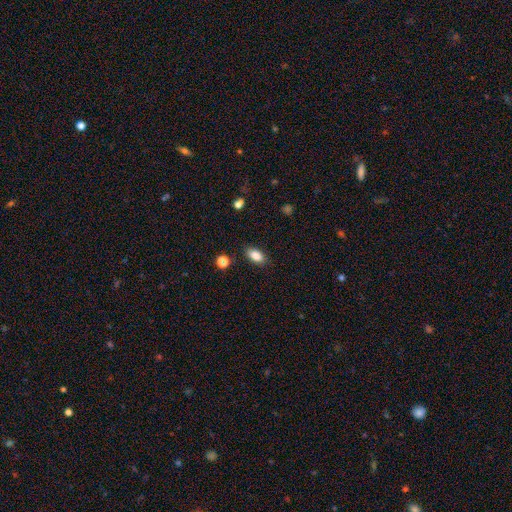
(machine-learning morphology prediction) smooth 85%, star or artifact 9%, featured or disk 6%. Down the decision tree: how rounded — in between (88%); merging — none (84%).